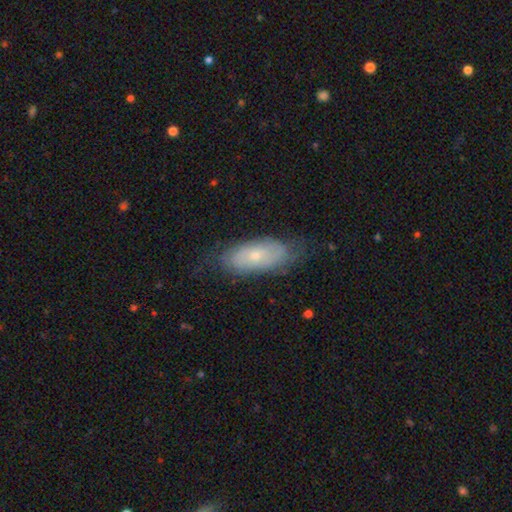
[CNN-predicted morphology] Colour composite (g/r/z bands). It shows a featured or disk galaxy (46%, tied with smooth). Merging: none (70%).